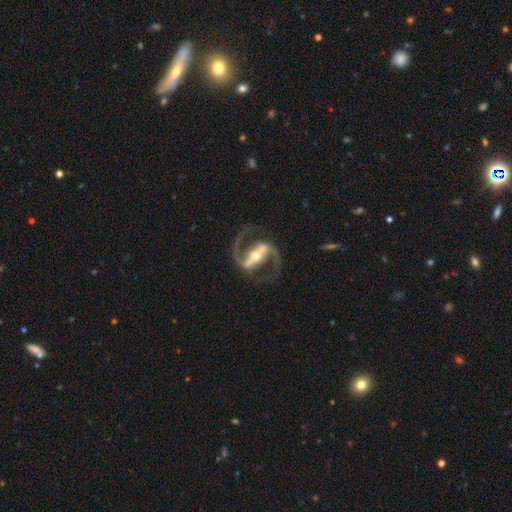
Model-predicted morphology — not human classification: This is clearly a featured or disk galaxy (93%). It is clearly not viewed edge-on (97%). Bar: likely strong (74%). Spiral arm pattern: clearly yes (97%). Spiral arm count: clearly 2 (94%). Spiral winding: likely medium (63%). Central bulge: likely moderate (63%). Merging: clearly none (82%).